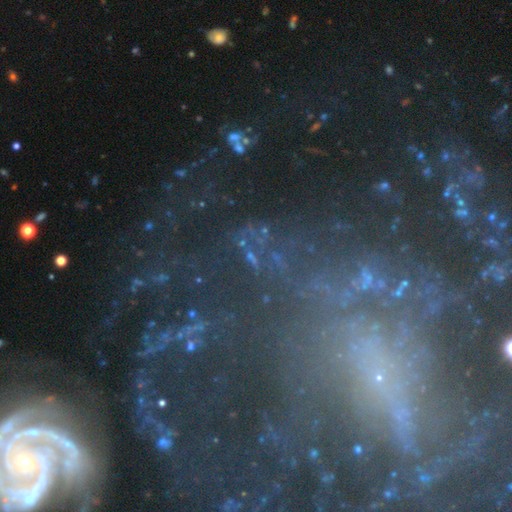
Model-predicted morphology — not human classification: This appears to be a featured or disk galaxy (48%). Merging: none (64%).